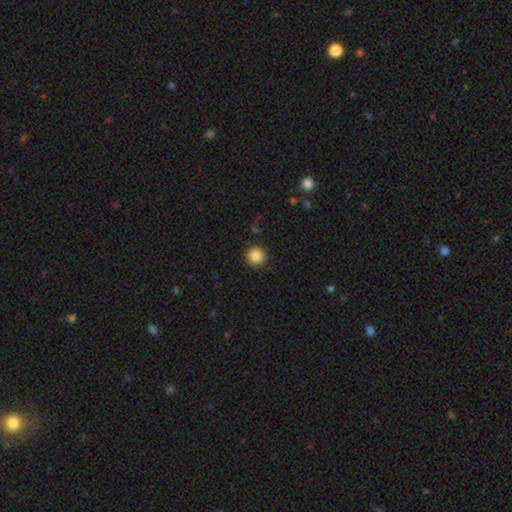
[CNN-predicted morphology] Smooth or featured? smooth (86%)
How rounded? round (96%)
Merging? none (91%)